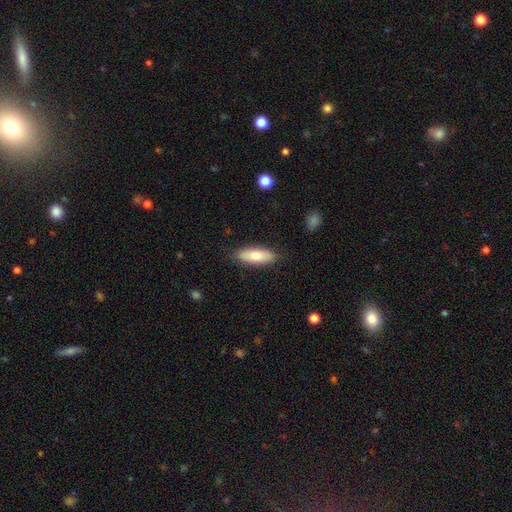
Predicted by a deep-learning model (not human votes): smooth_or_featured: smooth (p=0.73) [alt: featured or disk p=0.21]
how_rounded: in between (p=0.69) [alt: cigar-shaped p=0.29]
merging: none (p=0.85) [alt: minor disturbance p=0.11]